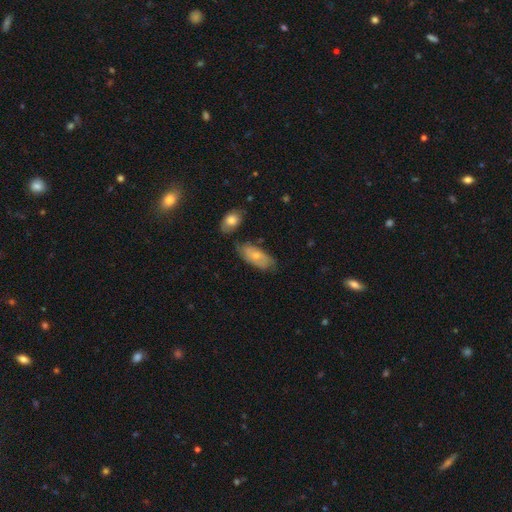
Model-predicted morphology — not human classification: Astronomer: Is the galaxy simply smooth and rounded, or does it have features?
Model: smooth — 56% (runner-up: featured or disk, 38%).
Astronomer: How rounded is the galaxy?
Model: in between — 86%.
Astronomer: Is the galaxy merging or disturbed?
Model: none — 61%.